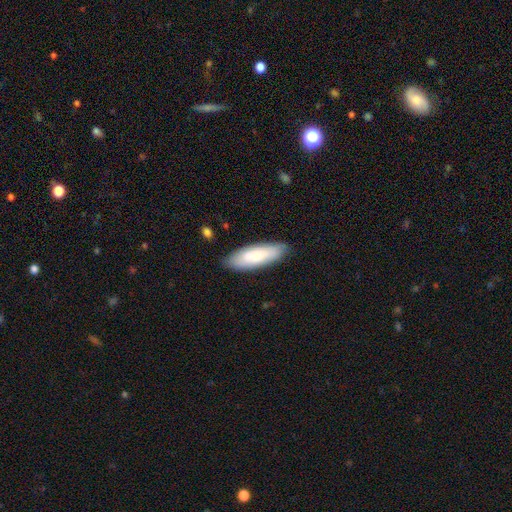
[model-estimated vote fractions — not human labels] The model was most divided on "how rounded": in between: 57%, cigar-shaped: 41%, round: 2%. More confident: merging — none (83%); smooth or featured — smooth (77%).